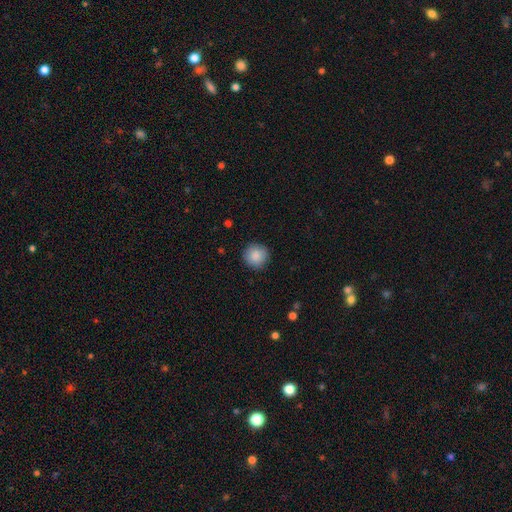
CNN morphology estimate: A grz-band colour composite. It shows a smooth galaxy with no disk features (88%) that is round (95%). Merging: none (90%).